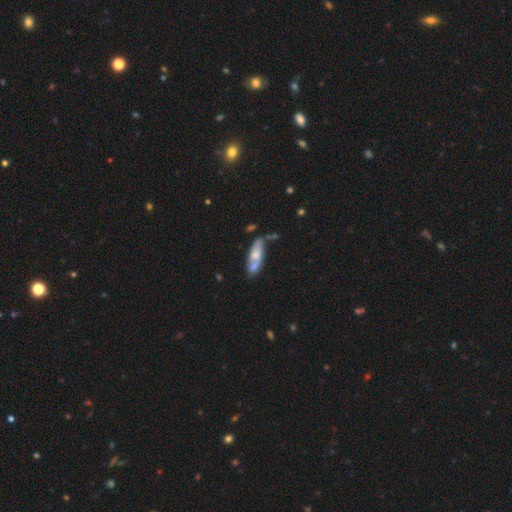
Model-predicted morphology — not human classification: Smooth or featured? smooth (49%)
Merging? none (38%)